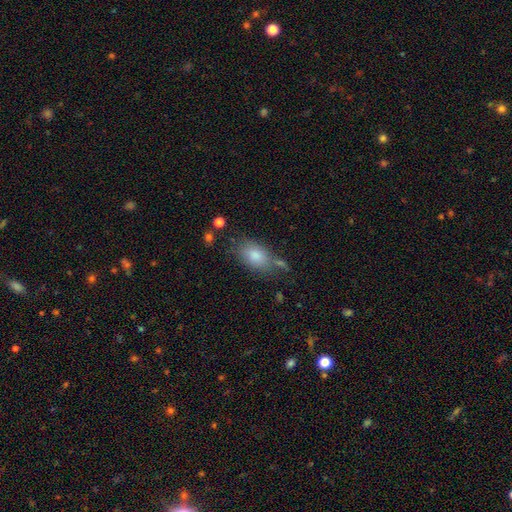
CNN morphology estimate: smooth_or_featured: smooth (p=0.82) [alt: featured or disk p=0.10]
how_rounded: in between (p=0.86) [alt: round p=0.12]
merging: none (p=0.63) [alt: minor disturbance p=0.20]